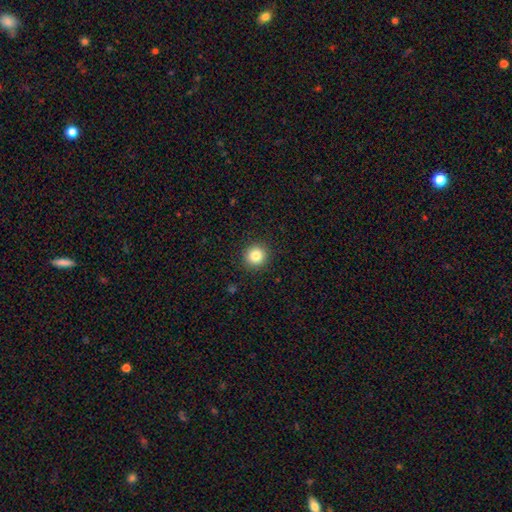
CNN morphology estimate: A smooth galaxy with no disk features (85%) that is round (94%). Merging: none (92%).